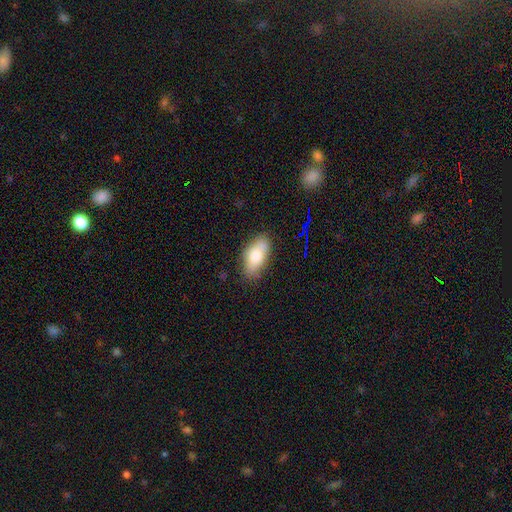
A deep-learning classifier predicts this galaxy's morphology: Smooth or featured?
  - smooth: 78% *
  - featured or disk: 15%
  - star or artifact: 7%
How rounded?
  - in between: 90% *
  - cigar-shaped: 7%
  - round: 4%
Merging?
  - none: 75% *
  - minor disturbance: 19%
  - major disturbance: 4%
  - merger: 2%